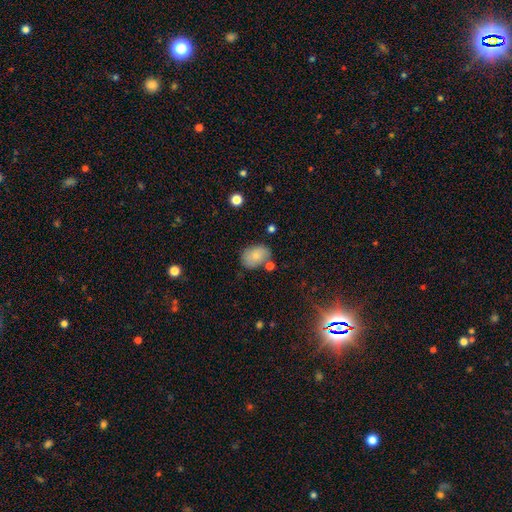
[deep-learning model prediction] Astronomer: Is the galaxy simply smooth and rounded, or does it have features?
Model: smooth — 78%.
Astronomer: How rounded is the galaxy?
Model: in between — 79%.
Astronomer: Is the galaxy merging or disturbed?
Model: none — 71%.